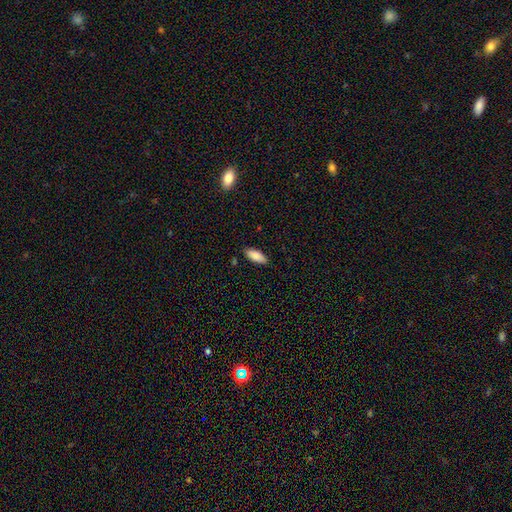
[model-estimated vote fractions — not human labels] Overall: smooth (86%). How rounded: in between (82%). Merging: none (86%).